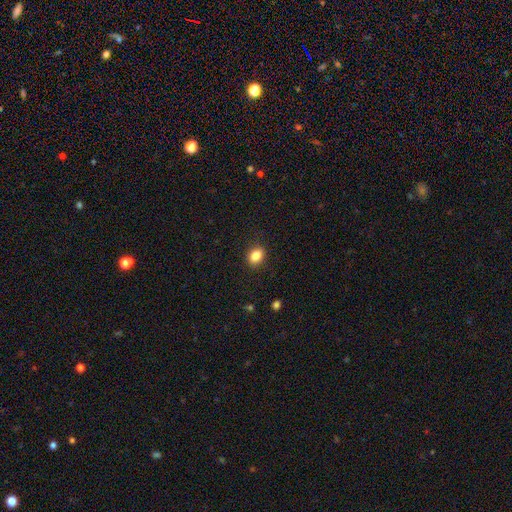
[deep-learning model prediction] Q: Smooth or featured?
A: smooth (87%); runner-up: star or artifact (9%)
Q: How rounded?
A: in between (72%); runner-up: round (27%)
Q: Merging?
A: none (87%); runner-up: minor disturbance (9%)